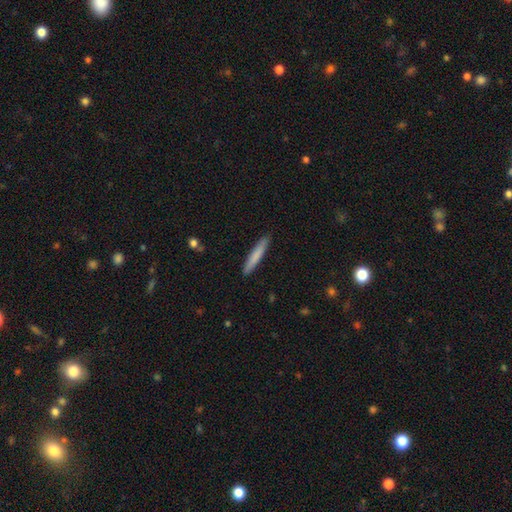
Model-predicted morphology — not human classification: Smooth or featured: smooth — 78% (featured or disk — 17%)
How rounded: cigar-shaped — 94% (in between — 4%)
Merging: none — 89% (minor disturbance — 8%)